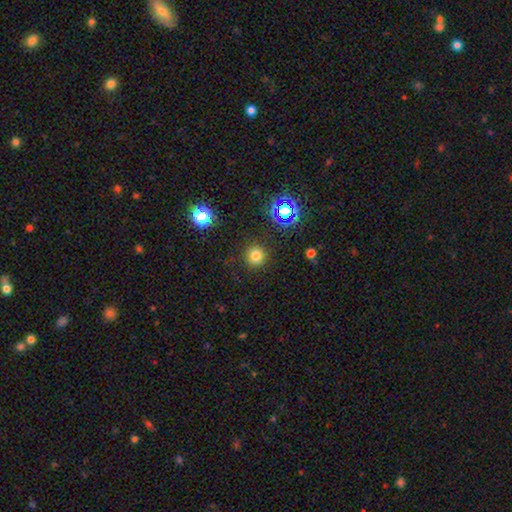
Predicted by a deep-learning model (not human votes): Morphology: type=smooth (75%); roundness=round (95%); merging=none (89%).